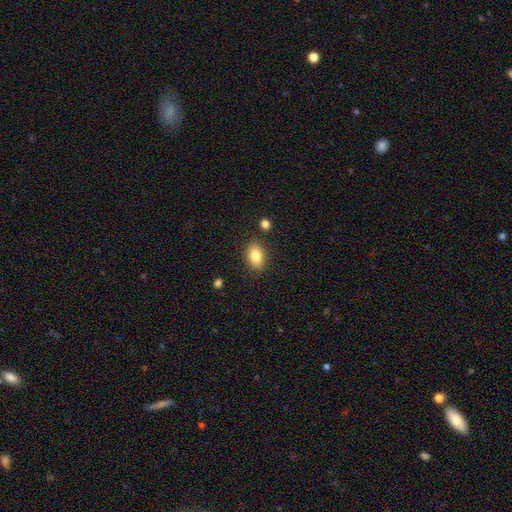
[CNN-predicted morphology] This is clearly a smooth galaxy (84%). How rounded: clearly in between (87%). Merging: clearly none (84%).